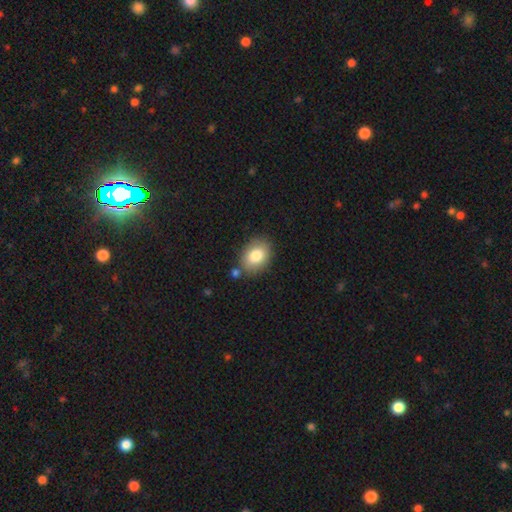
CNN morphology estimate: Smooth or featured?
  - smooth: 82% *
  - featured or disk: 10%
  - star or artifact: 8%
How rounded?
  - in between: 74% *
  - round: 25%
  - cigar-shaped: 1%
Merging?
  - none: 78% *
  - minor disturbance: 12%
  - merger: 7%
  - major disturbance: 3%